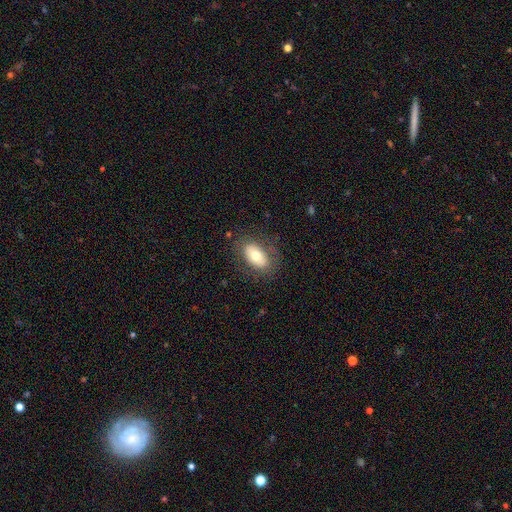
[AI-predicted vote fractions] This is likely a smooth galaxy (70%). How rounded: clearly in between (91%). Merging: likely none (78%).